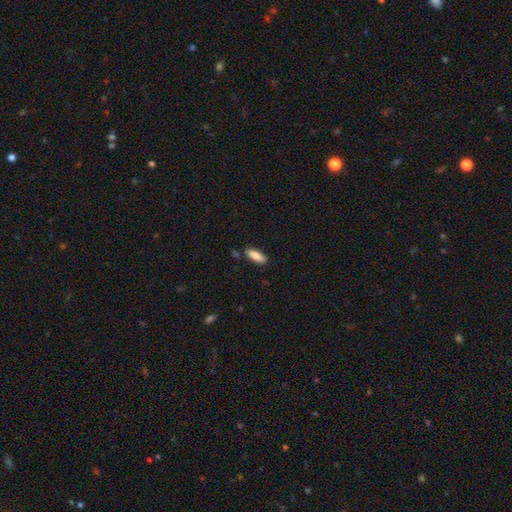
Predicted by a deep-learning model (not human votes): A smooth galaxy with no disk features (85%) that is in between round and cigar-shaped (63%).

Vote fractions:
- Smooth or featured? smooth: 85% / featured or disk: 9% / star or artifact: 6%
- How rounded? in between: 63% / cigar-shaped: 36% / round: 2%
- Merging? none: 82% / minor disturbance: 12% / merger: 4% / major disturbance: 2%